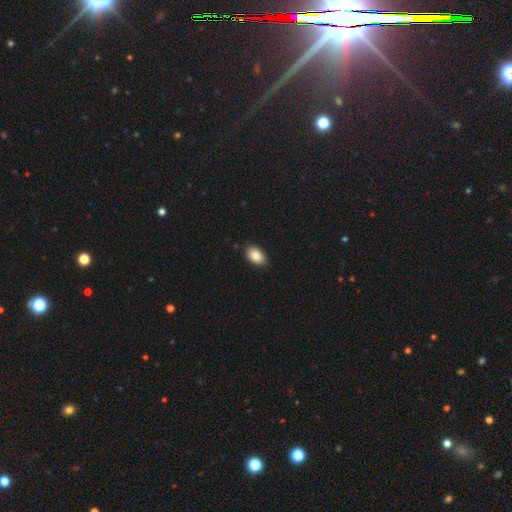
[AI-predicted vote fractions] The model was most divided on "merging": none: 86%, minor disturbance: 11%, major disturbance: 2%, merger: 1%. More confident: how rounded — in between (91%); smooth or featured — smooth (87%).